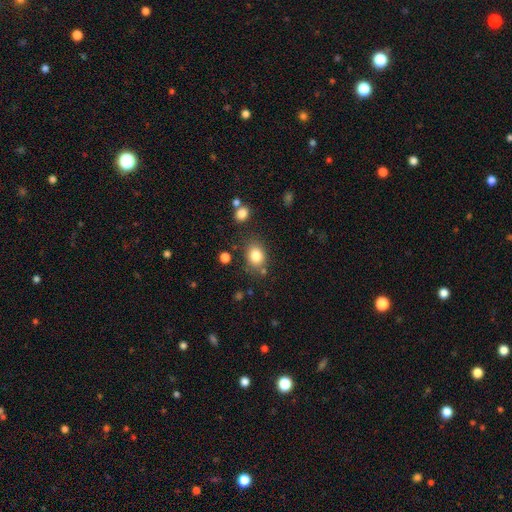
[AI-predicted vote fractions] smooth-or-featured: smooth: 83% | star or artifact: 10% | featured or disk: 7%
  how-rounded: in between: 51% | round: 48% | cigar-shaped: 1%
  merging: none: 76% | minor disturbance: 13% | merger: 6% | major disturbance: 5%